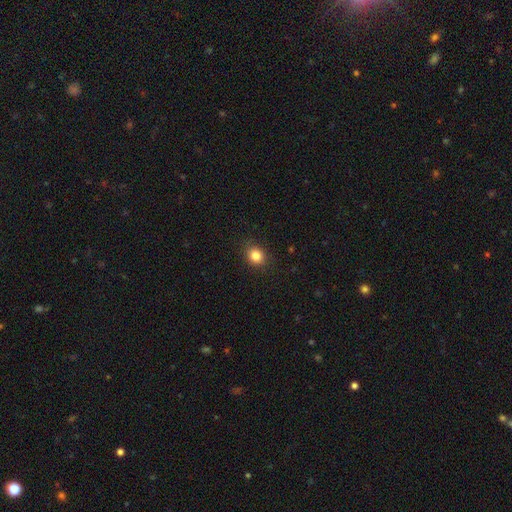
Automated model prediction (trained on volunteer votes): smooth-or-featured: smooth: 84% | star or artifact: 11% | featured or disk: 5%
  how-rounded: round: 60% | in between: 39% | cigar-shaped: 1%
  merging: none: 87% | minor disturbance: 9% | major disturbance: 2% | merger: 1%